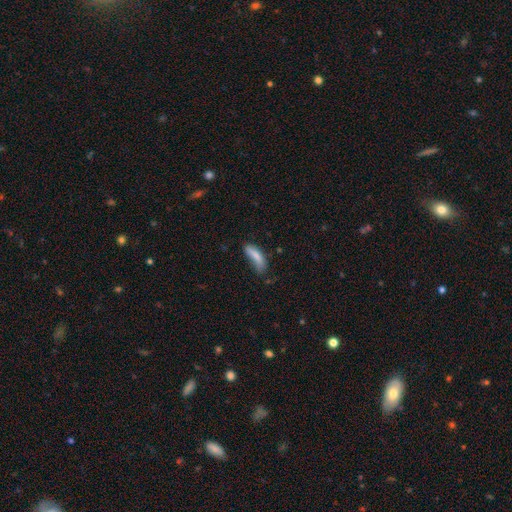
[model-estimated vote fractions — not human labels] Smooth or featured: smooth — 79% (featured or disk — 13%)
How rounded: cigar-shaped — 49% (tied with in between — 49%)
Merging: none — 43% (minor disturbance — 34%)